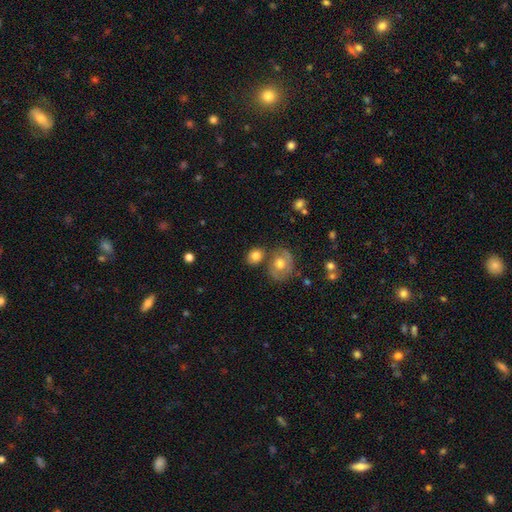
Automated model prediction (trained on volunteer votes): smooth-or-featured: smooth: 77% | featured or disk: 15% | star or artifact: 8%
  how-rounded: round: 55% | in between: 44% | cigar-shaped: 1%
  merging: none: 61% | merger: 22% | minor disturbance: 13% | major disturbance: 4%